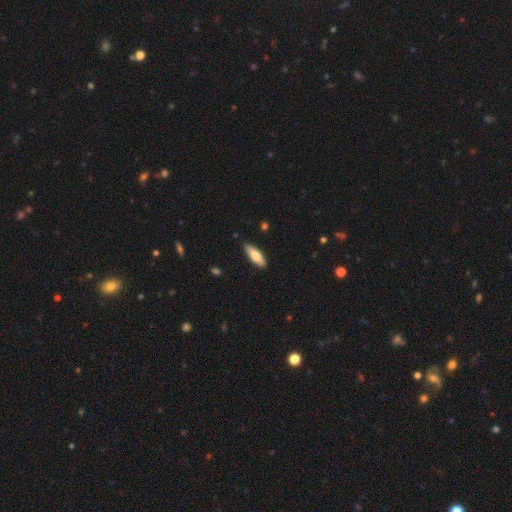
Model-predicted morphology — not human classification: Smooth or featured? Predicted: smooth (p=0.76). How rounded? Predicted: in between (p=0.58). Merging? Predicted: none (p=0.86).